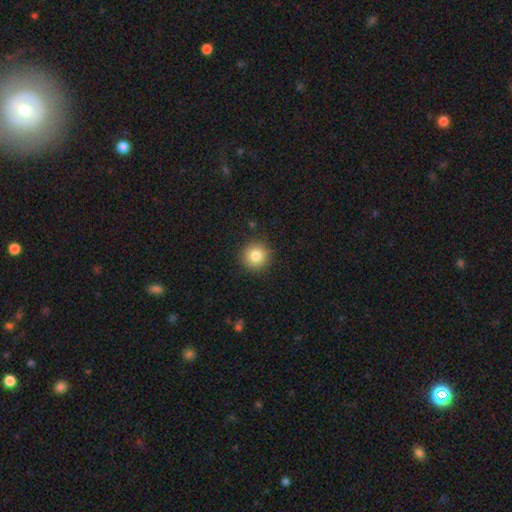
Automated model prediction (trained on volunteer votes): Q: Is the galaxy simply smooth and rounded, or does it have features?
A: smooth — 83%.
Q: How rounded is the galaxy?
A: round — 95%.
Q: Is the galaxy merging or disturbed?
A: none — 91%.